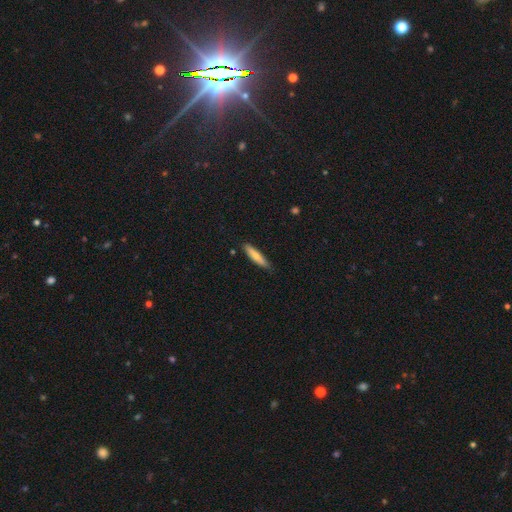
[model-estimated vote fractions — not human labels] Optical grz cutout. It shows a smooth galaxy with no disk features (72%) that is cigar-shaped (83%). Merging: none (83%).